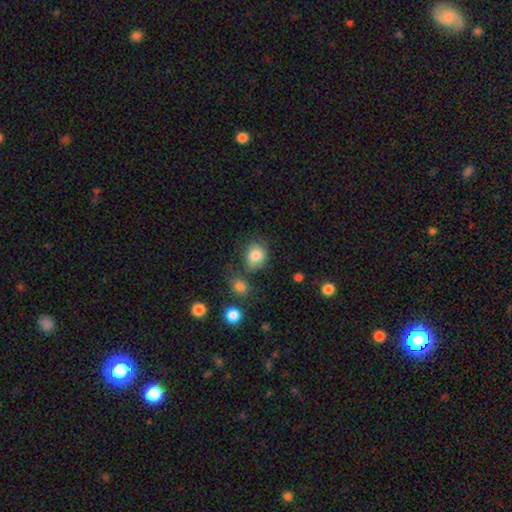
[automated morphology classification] smooth_or_featured: smooth (p=0.83) [alt: star or artifact p=0.09]
how_rounded: round (p=0.68) [alt: in between p=0.32]
merging: none (p=0.62) [alt: minor disturbance p=0.19]